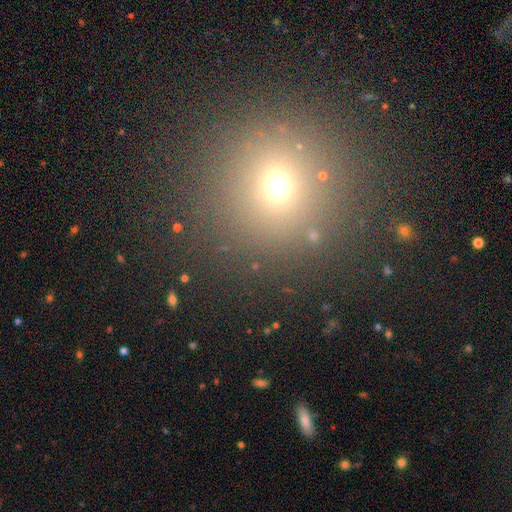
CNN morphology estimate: smooth_or_featured: smooth (p=0.60) [alt: star or artifact p=0.32]
how_rounded: round (p=0.93) [alt: in between p=0.06]
merging: none (p=0.88) [alt: minor disturbance p=0.06]